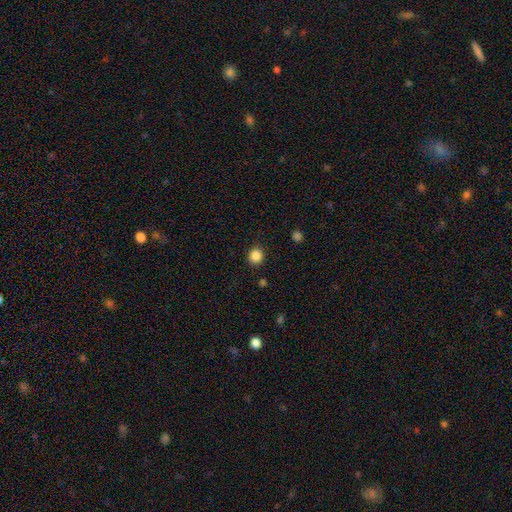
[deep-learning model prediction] Smooth or featured?
  - smooth: 86% *
  - star or artifact: 11%
  - featured or disk: 3%
How rounded?
  - round: 86% *
  - in between: 13%
  - cigar-shaped: 1%
Merging?
  - none: 89% *
  - minor disturbance: 7%
  - major disturbance: 2%
  - merger: 1%